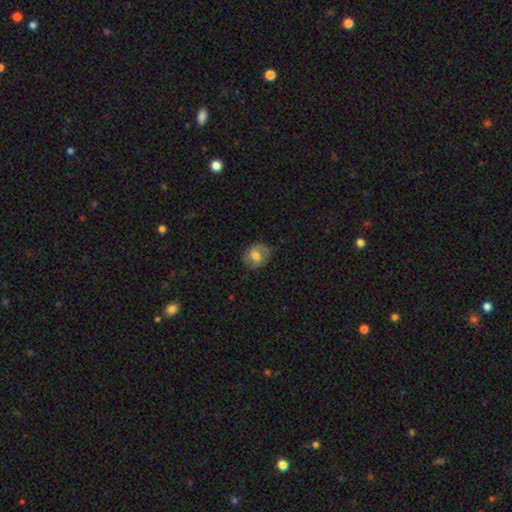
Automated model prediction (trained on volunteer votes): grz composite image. It shows a smooth galaxy with no disk features (64%) that is round (58%). Merging: none (65%).